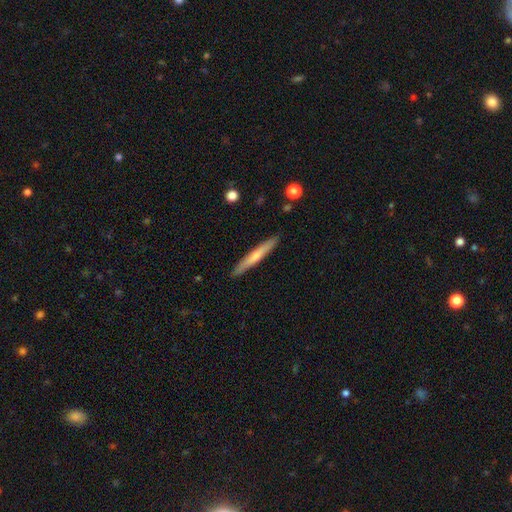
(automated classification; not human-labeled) Overall: smooth (59%; featured or disk 35%). How rounded: cigar-shaped (96%). Merging: none (91%).